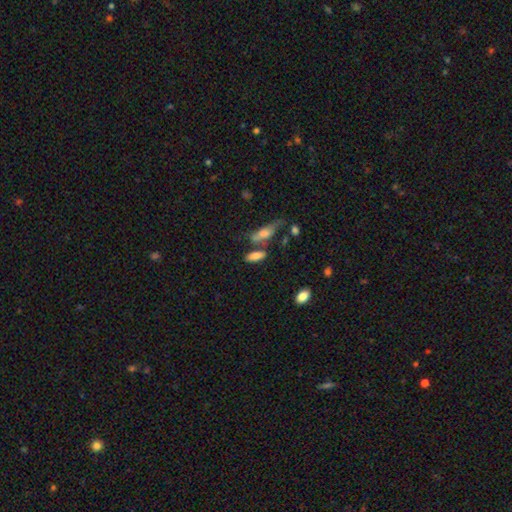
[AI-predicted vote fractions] A smooth galaxy with no disk features (78%) that is in between round and cigar-shaped (69%). Merging: none (56%).